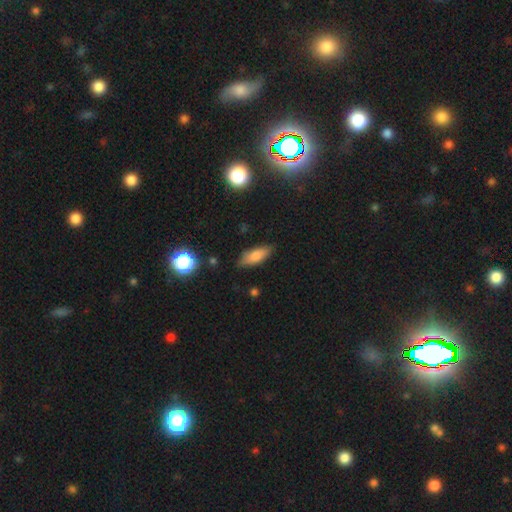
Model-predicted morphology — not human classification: Overall: smooth (76%). How rounded: in between (68%; cigar-shaped 29%). Merging: none (81%).